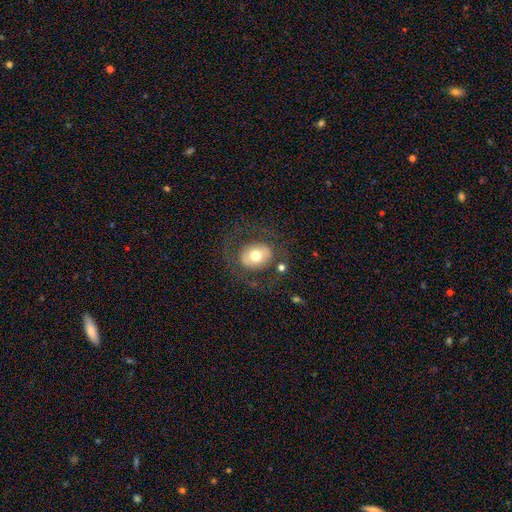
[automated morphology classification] smooth 56%, featured or disk 36%, star or artifact 8%. Down the decision tree: how rounded — round (66%); merging — none (72%).